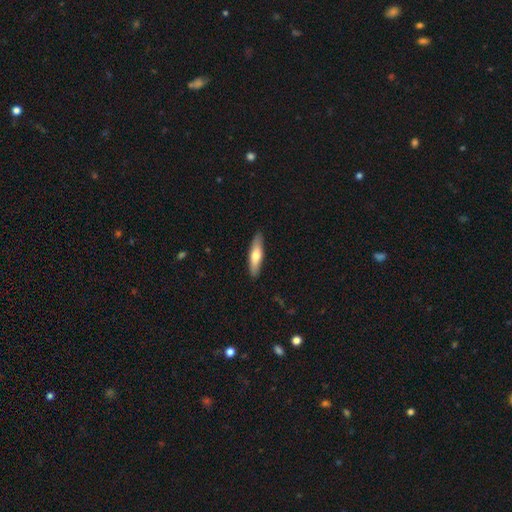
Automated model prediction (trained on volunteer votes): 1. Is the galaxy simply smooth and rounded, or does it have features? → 63% smooth, 32% featured or disk, 5% star or artifact.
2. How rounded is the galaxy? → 70% cigar-shaped, 28% in between, 2% round.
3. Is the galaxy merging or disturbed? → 89% none, 8% minor disturbance, 2% major disturbance, 1% merger.